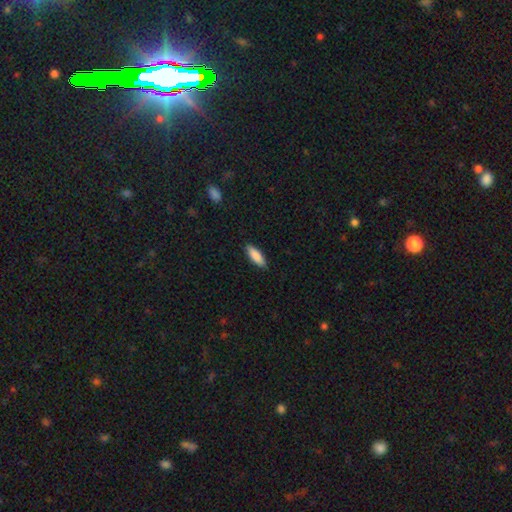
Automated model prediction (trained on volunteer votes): Q: Smooth or featured?
A: smooth (87%); runner-up: featured or disk (7%)
Q: How rounded?
A: in between (62%); runner-up: cigar-shaped (37%)
Q: Merging?
A: none (87%); runner-up: minor disturbance (10%)